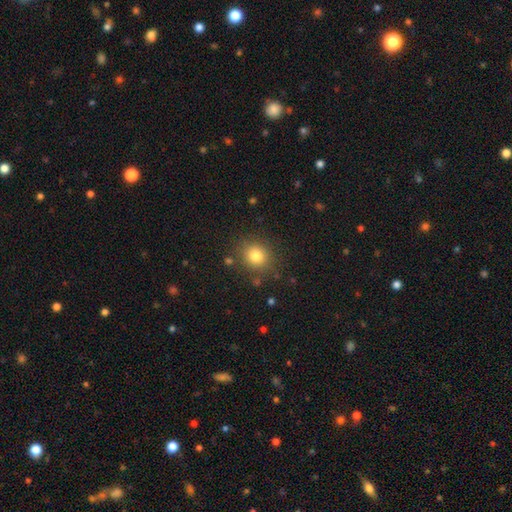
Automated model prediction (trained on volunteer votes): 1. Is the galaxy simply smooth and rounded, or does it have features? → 80% smooth, 12% star or artifact, 7% featured or disk.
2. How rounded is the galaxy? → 84% round, 15% in between, 1% cigar-shaped.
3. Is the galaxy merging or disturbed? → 84% none, 9% minor disturbance, 4% major disturbance, 3% merger.